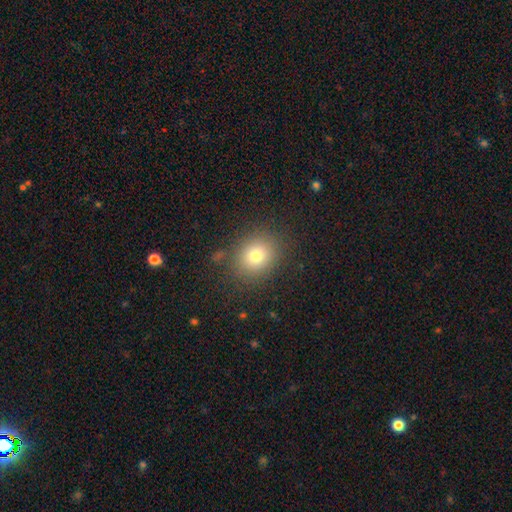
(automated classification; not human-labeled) Smooth or featured?
  - smooth: 76% *
  - star or artifact: 14%
  - featured or disk: 10%
How rounded?
  - round: 69% *
  - in between: 30%
  - cigar-shaped: 1%
Merging?
  - none: 84% *
  - minor disturbance: 10%
  - major disturbance: 4%
  - merger: 2%